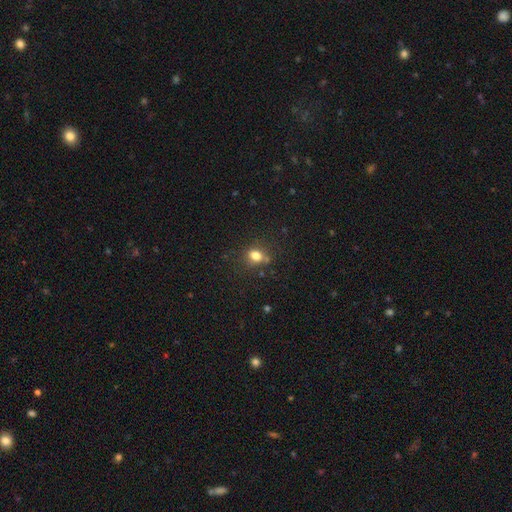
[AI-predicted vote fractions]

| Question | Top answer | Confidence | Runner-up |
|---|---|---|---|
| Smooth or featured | smooth | 76% | star or artifact (15%) |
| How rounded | round | 51% | in between (48%) |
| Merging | none | 69% | minor disturbance (17%) |